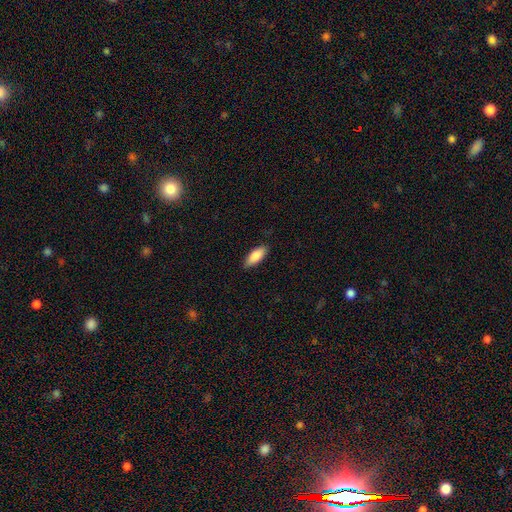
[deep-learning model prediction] This appears to be a smooth galaxy with no disk features (86%) that is in between round and cigar-shaped (77%). Merging: none (85%).